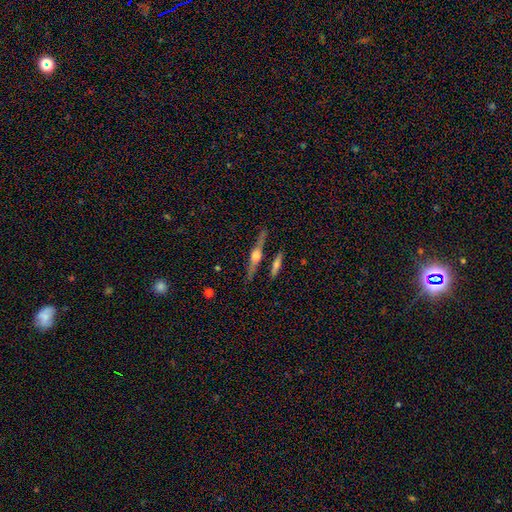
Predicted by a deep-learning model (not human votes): Morphology: type=featured or disk (78%); edge-on=yes (97%); edge-on bulge=rounded (87%); merging=none (82%).